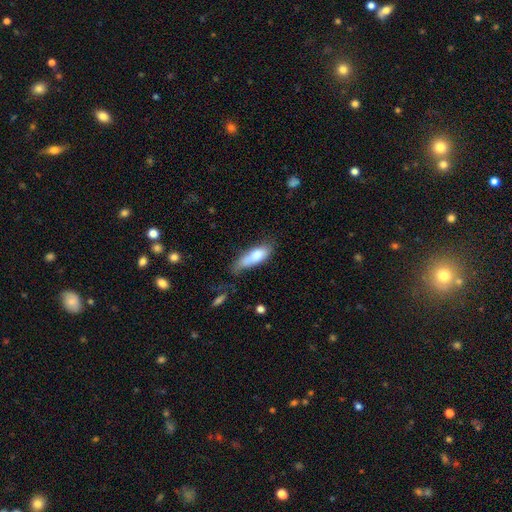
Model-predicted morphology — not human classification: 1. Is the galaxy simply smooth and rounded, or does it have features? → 77% smooth, 16% featured or disk, 7% star or artifact.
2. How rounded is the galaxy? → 53% in between, 45% cigar-shaped, 2% round.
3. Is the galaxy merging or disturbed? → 39% none, 35% minor disturbance, 18% major disturbance, 9% merger.